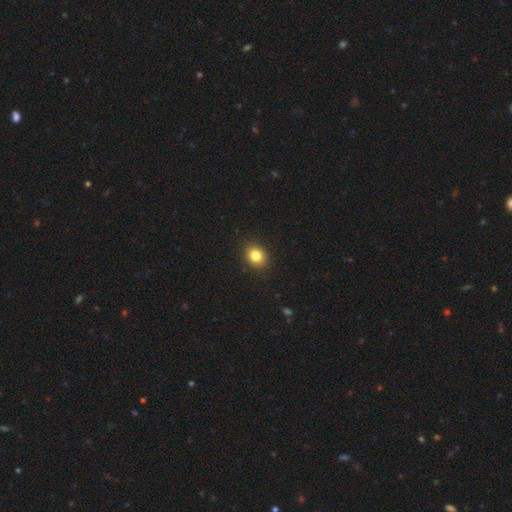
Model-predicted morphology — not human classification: This is clearly a smooth galaxy (83%). How rounded: possibly round (57%). Merging: clearly none (91%).